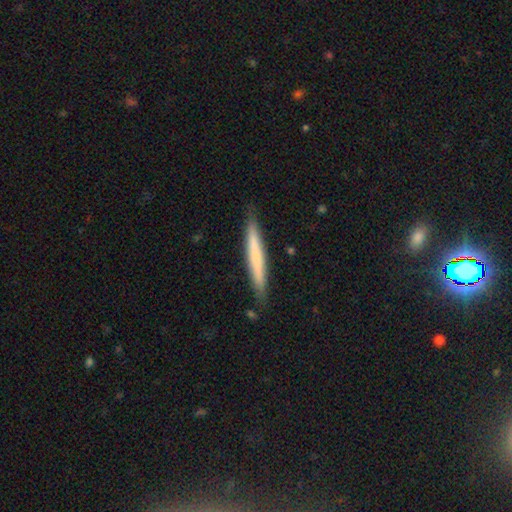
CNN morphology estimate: This appears to be a smooth galaxy with no disk features (61%) that is cigar-shaped (96%). Merging: none (87%).